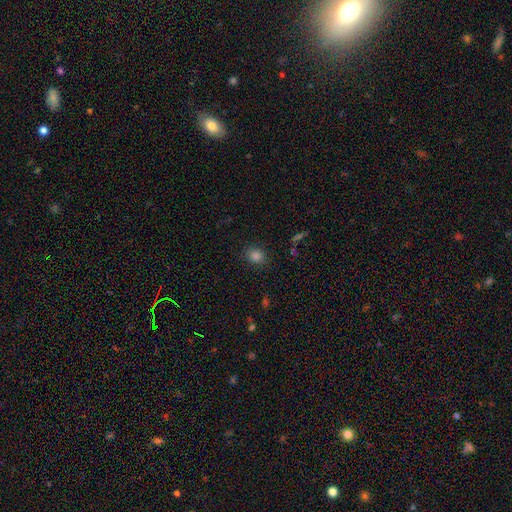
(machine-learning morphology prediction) smooth-or-featured: smooth: 83% | star or artifact: 13% | featured or disk: 4%
  how-rounded: round: 54% | in between: 45% | cigar-shaped: 1%
  merging: none: 87% | minor disturbance: 9% | major disturbance: 3% | merger: 1%